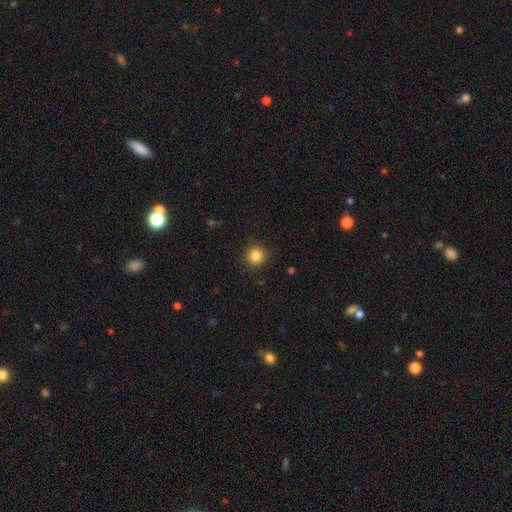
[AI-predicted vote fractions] This is clearly a smooth galaxy (85%). How rounded: clearly round (93%). Merging: clearly none (90%).